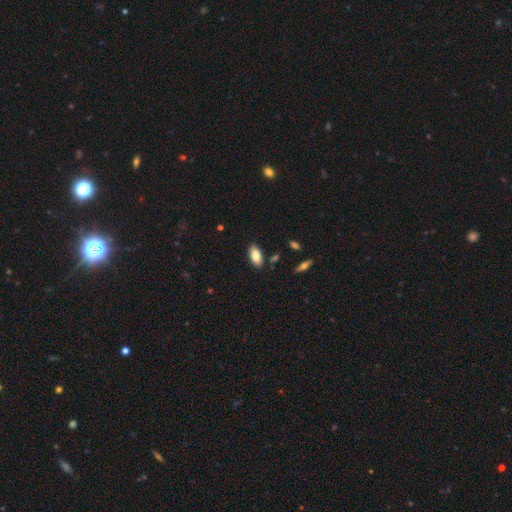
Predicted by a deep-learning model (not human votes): Smooth or featured: smooth — 82% (featured or disk — 11%)
How rounded: in between — 91% (cigar-shaped — 7%)
Merging: none — 85% (minor disturbance — 10%)